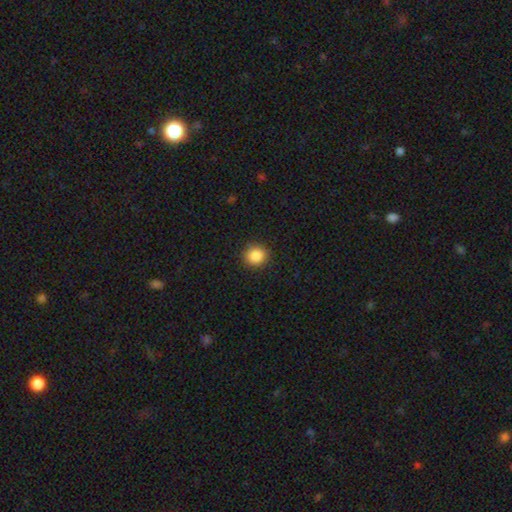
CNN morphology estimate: This is clearly a smooth galaxy (87%). How rounded: clearly round (85%). Merging: clearly none (89%).